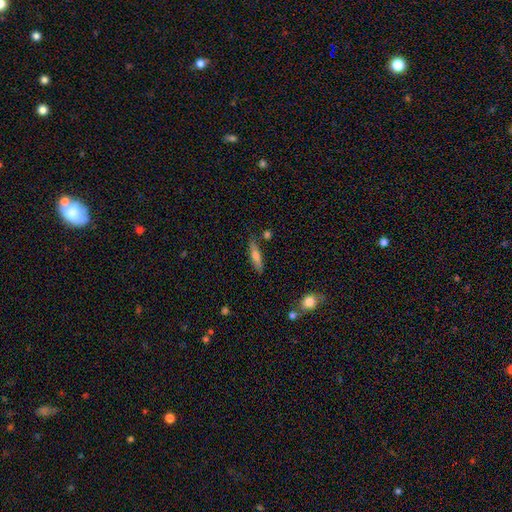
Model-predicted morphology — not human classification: A smooth galaxy with no disk features (64%) that is cigar-shaped (73%). Merging: none (75%).